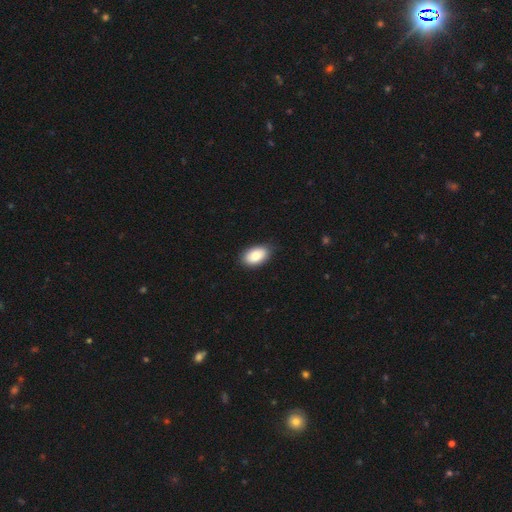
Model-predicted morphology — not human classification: Smooth or featured? smooth (87%)
How rounded? in between (94%)
Merging? none (86%)